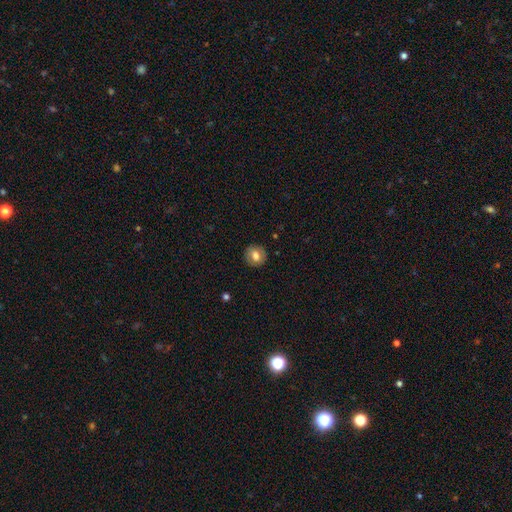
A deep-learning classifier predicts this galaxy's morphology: type=smooth (69%); roundness=round (87%); merging=none (89%).